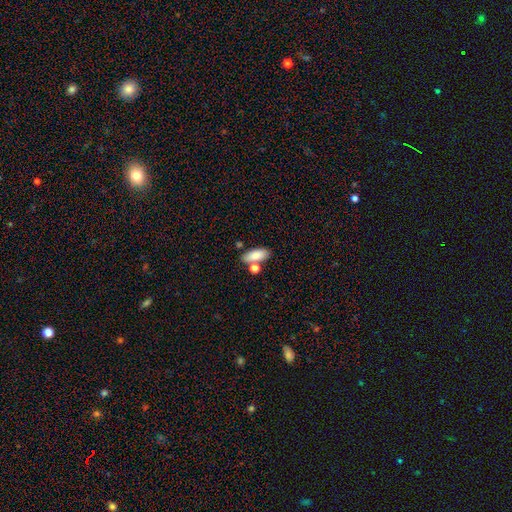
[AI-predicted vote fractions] This appears to be a smooth galaxy with no disk features (84%) that is in between round and cigar-shaped (83%). Merging: none (66%).